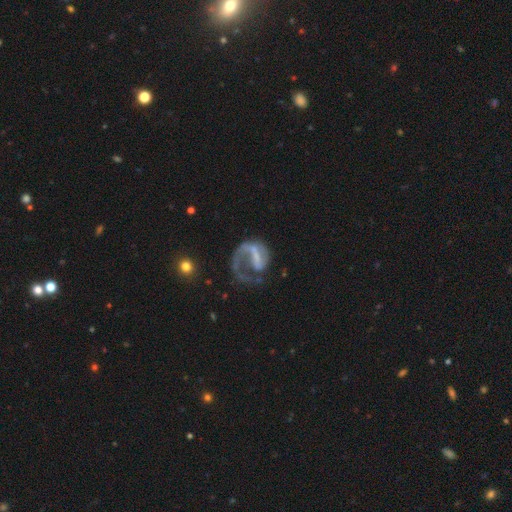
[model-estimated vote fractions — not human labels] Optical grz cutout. It shows a featured or disk galaxy (76%) with a weak bar (39%), 1 (72%) loose (42%) spiral arms (81%) and no central bulge (54%). Merging: major disturbance (48%).